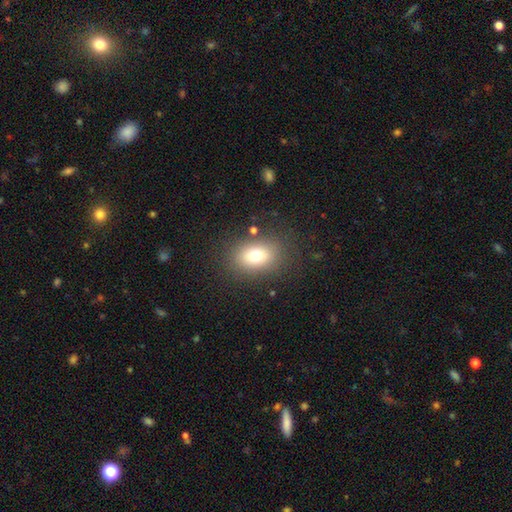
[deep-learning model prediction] smooth_or_featured: smooth (p=0.74) [alt: featured or disk p=0.13]
how_rounded: in between (p=0.69) [alt: round p=0.30]
merging: none (p=0.81) [alt: minor disturbance p=0.11]